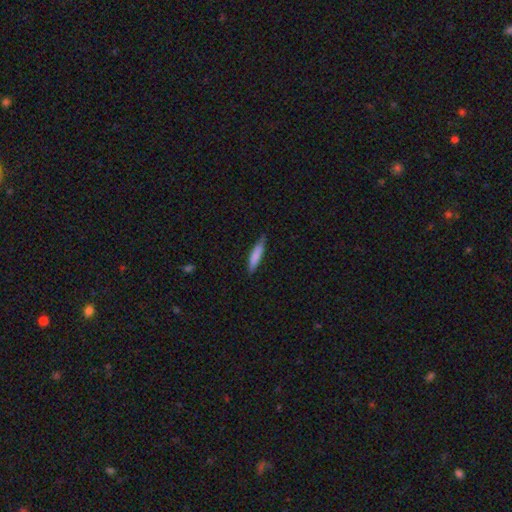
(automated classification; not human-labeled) This appears to be a smooth galaxy with no disk features (79%) that is cigar-shaped (85%). Merging: none (78%).